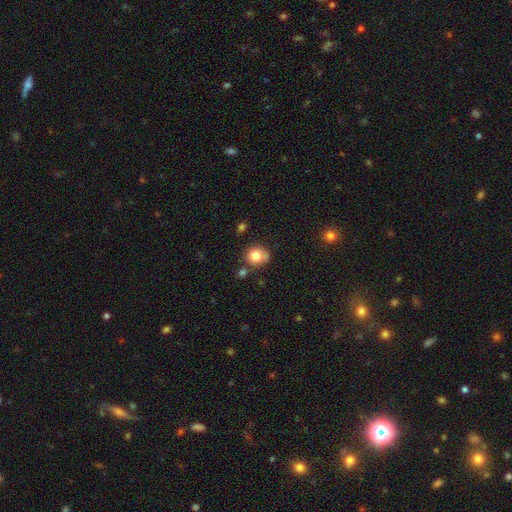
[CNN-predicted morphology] A smooth galaxy with no disk features (79%) that is round (75%).

Vote fractions:
- Smooth or featured? smooth: 79% / featured or disk: 12% / star or artifact: 9%
- How rounded? round: 75% / in between: 24% / cigar-shaped: 1%
- Merging? none: 67% / minor disturbance: 19% / merger: 8% / major disturbance: 5%